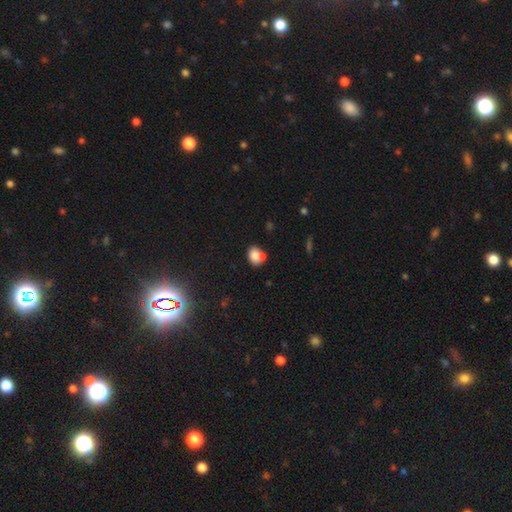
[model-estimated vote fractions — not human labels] smooth 76%, featured or disk 14%, star or artifact 10%. Down the decision tree: how rounded — round (50%); merging — none (42%).